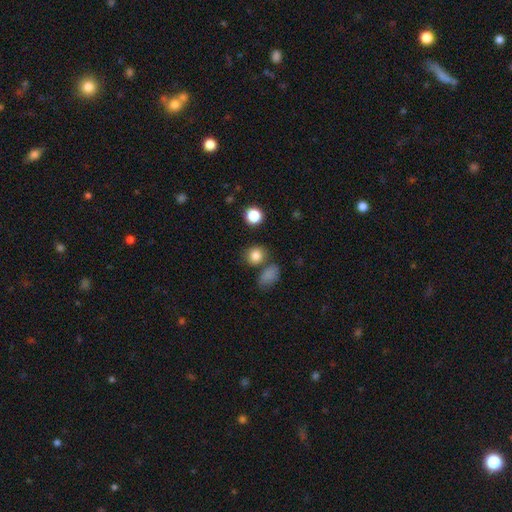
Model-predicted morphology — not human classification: This is clearly a smooth galaxy (83%). How rounded: likely round (73%). Merging: likely none (70%).